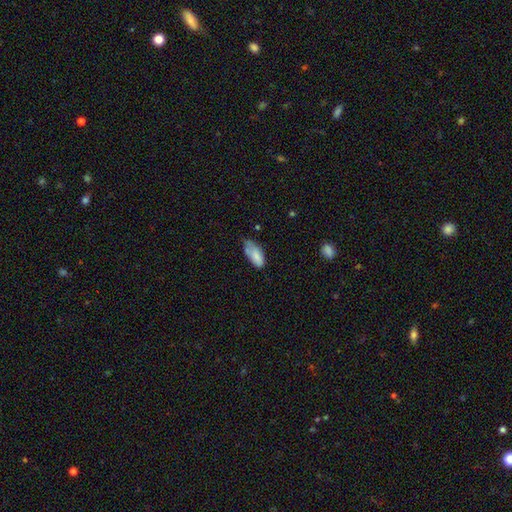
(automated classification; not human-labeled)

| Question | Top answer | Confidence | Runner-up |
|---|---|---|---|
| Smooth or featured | smooth | 79% | featured or disk (14%) |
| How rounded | in between | 89% | cigar-shaped (9%) |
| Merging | minor disturbance | 44% | none (37%) |